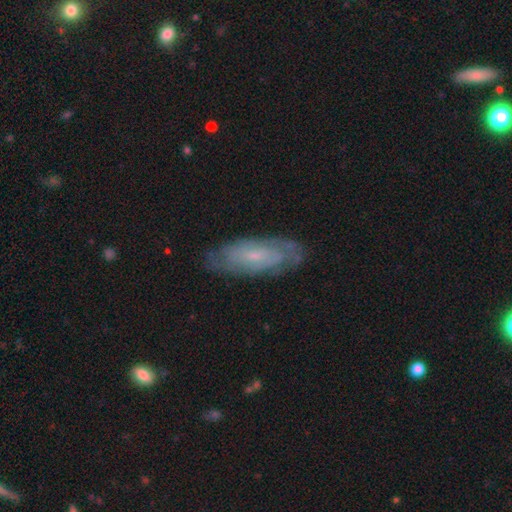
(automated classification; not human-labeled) Smooth or featured?
  - featured or disk: 65% *
  - smooth: 28%
  - star or artifact: 7%
Edge-on disk?
  - no: 85% *
  - yes: 15%
Bar?
  - no: 57% *
  - weak: 36%
  - strong: 7%
Spiral arms?
  - yes: 84% *
  - no: 16%
Bulge size?
  - small: 71% *
  - moderate: 20%
  - none: 7%
  - large: 1%
  - dominant: 1%
Merging?
  - none: 79% *
  - minor disturbance: 16%
  - major disturbance: 4%
  - merger: 1%